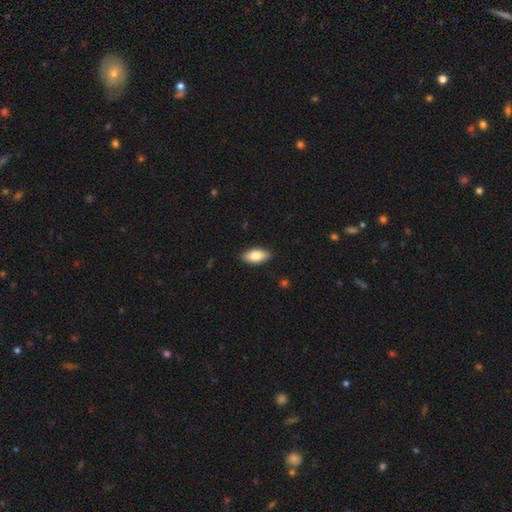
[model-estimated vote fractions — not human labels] Smooth or featured?
  - smooth: 79% *
  - featured or disk: 15%
  - star or artifact: 6%
How rounded?
  - in between: 90% *
  - cigar-shaped: 7%
  - round: 3%
Merging?
  - none: 88% *
  - minor disturbance: 9%
  - major disturbance: 2%
  - merger: 1%